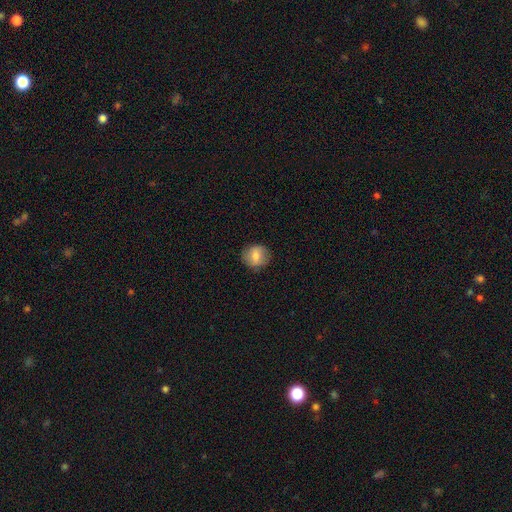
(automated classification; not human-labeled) This is likely a smooth galaxy (75%). How rounded: clearly round (84%). Merging: clearly none (86%).